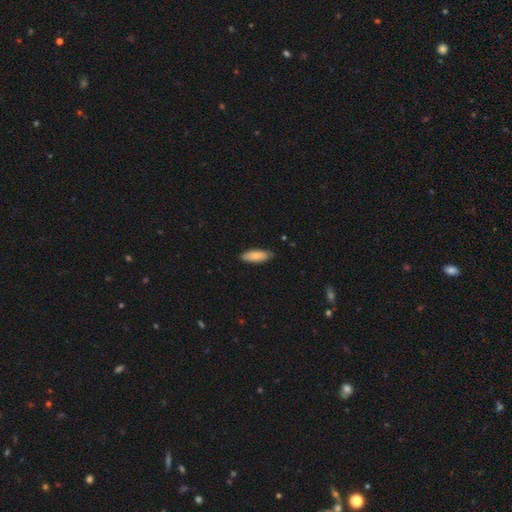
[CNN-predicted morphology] This is clearly a smooth galaxy (84%). How rounded: likely in between (65%). Merging: clearly none (82%).